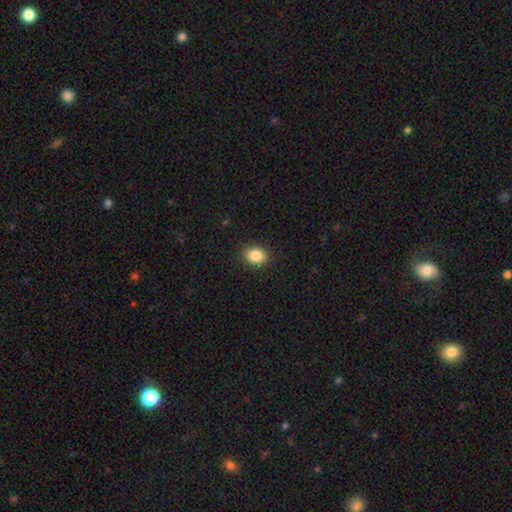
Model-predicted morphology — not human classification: A smooth galaxy with no disk features (86%) that is round (56%). Merging: none (89%).